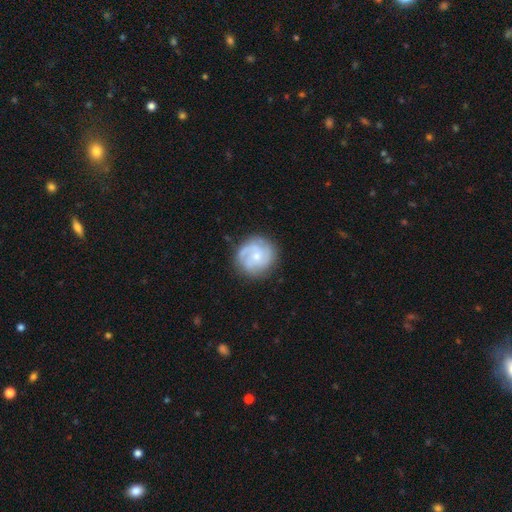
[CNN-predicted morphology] smooth-or-featured: featured or disk: 74% | smooth: 20% | star or artifact: 5%
  disk-edge-on: no: 98% | yes: 2%
    bar: no: 72% | weak: 25% | strong: 3%
    has-spiral-arms: yes: 93% | no: 7%
      spiral-winding: tight: 50% | medium: 37% | loose: 12%
      spiral-arm-count: 3: 34% | 2: 28% | can't tell: 21% | 1: 7% | 4: 6% | more than 4: 4%
    bulge-size: small: 62% | moderate: 33% | none: 3% | large: 2% | dominant: 1%
  merging: none: 78% | minor disturbance: 14% | major disturbance: 6% | merger: 1%